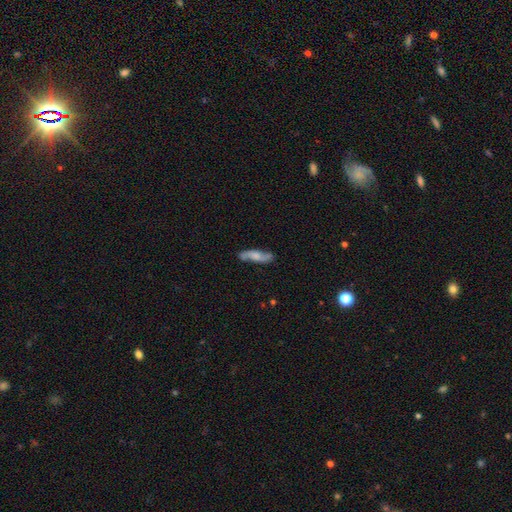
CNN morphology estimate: smooth_or_featured: featured or disk (p=0.53) [alt: smooth p=0.41]
disk_edge_on: no (p=0.75) [alt: yes p=0.25]
merging: none (p=0.79) [alt: minor disturbance p=0.15]